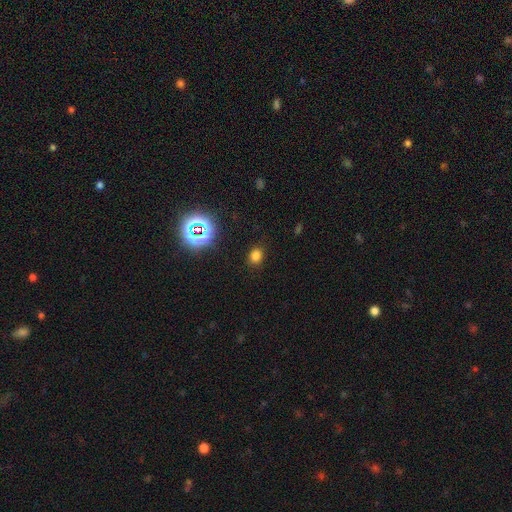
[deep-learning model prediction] smooth-or-featured: smooth: 75% | star or artifact: 20% | featured or disk: 5%
  how-rounded: round: 51% | in between: 48% | cigar-shaped: 1%
  merging: none: 86% | minor disturbance: 9% | major disturbance: 3% | merger: 1%